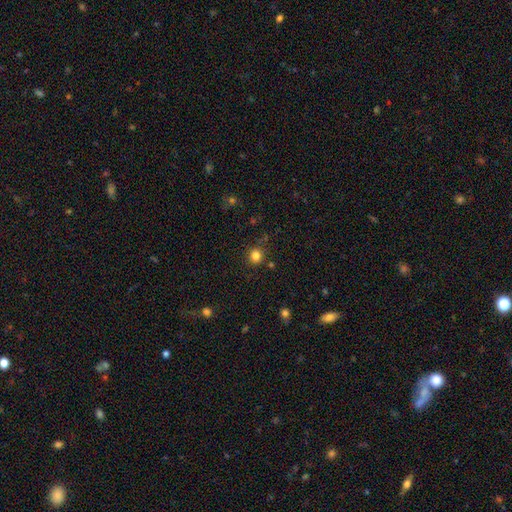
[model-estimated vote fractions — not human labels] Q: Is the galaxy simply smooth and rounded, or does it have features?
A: smooth — 82%.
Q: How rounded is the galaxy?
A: round — 93%.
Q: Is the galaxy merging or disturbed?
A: none — 88%.